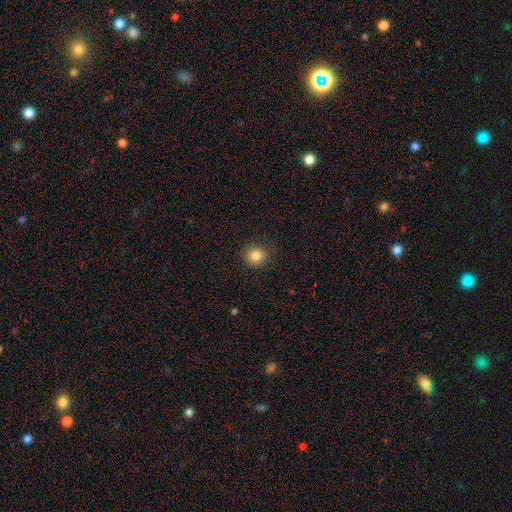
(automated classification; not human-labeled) The model was most divided on "smooth or featured": smooth: 84%, star or artifact: 11%, featured or disk: 5%. More confident: how rounded — round (91%); merging — none (87%).